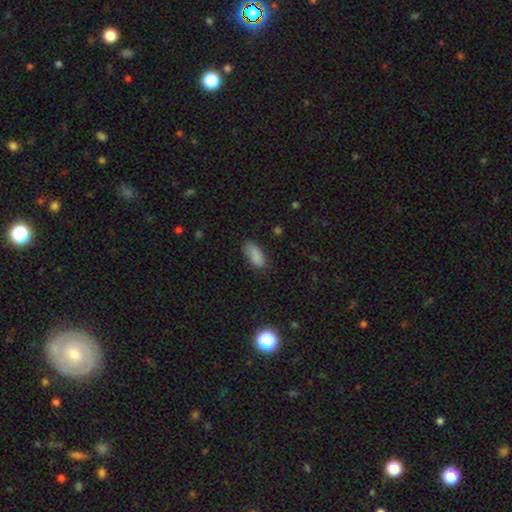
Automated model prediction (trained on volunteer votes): Smooth or featured? smooth (86%)
How rounded? in between (89%)
Merging? none (75%)